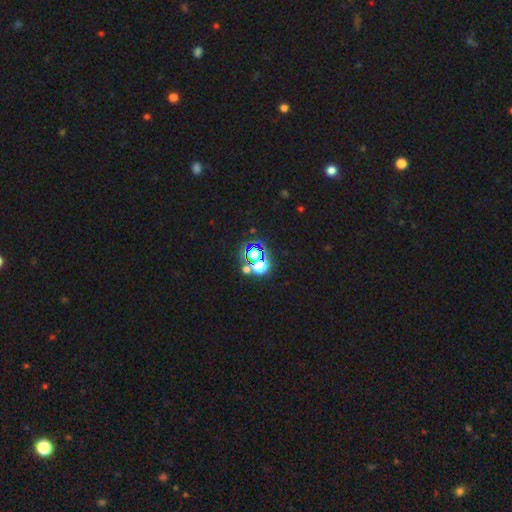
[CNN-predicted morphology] Smooth or featured: star or artifact — 66% (smooth — 24%)